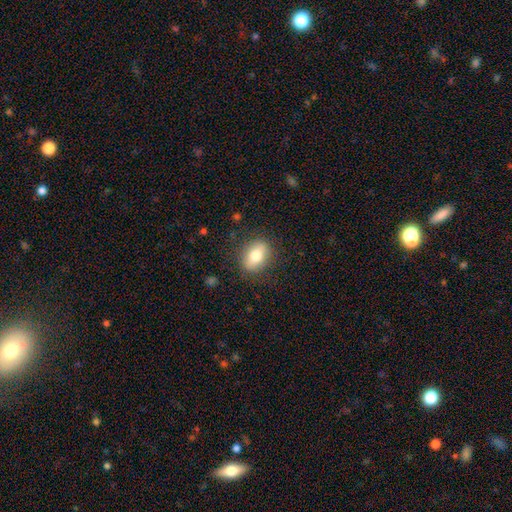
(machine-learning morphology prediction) The model was most divided on "how rounded": in between: 72%, round: 25%, cigar-shaped: 3%. More confident: merging — none (83%); smooth or featured — smooth (71%).